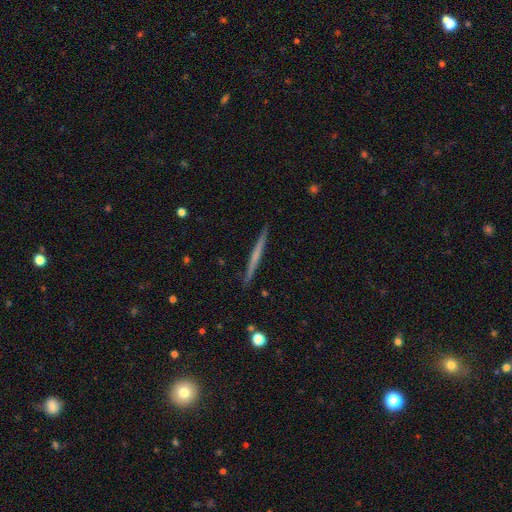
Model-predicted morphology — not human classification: This is possibly a featured or disk galaxy (52%). It is clearly viewed edge-on (98%). Edge-on bulge: clearly none (85%). Merging: clearly none (92%).